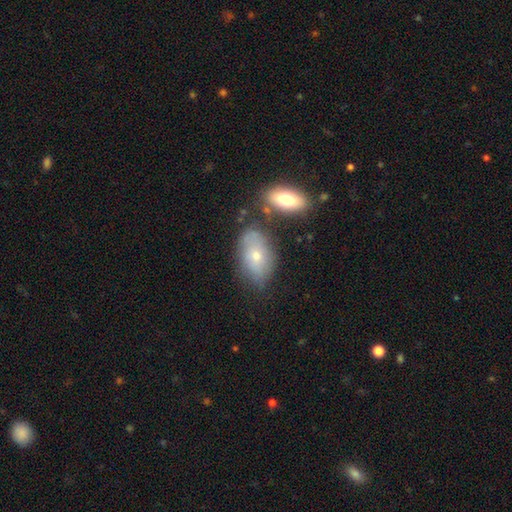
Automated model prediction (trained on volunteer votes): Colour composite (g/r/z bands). It shows a smooth galaxy with no disk features (58%) that is in between round and cigar-shaped (90%). Merging: none (61%).